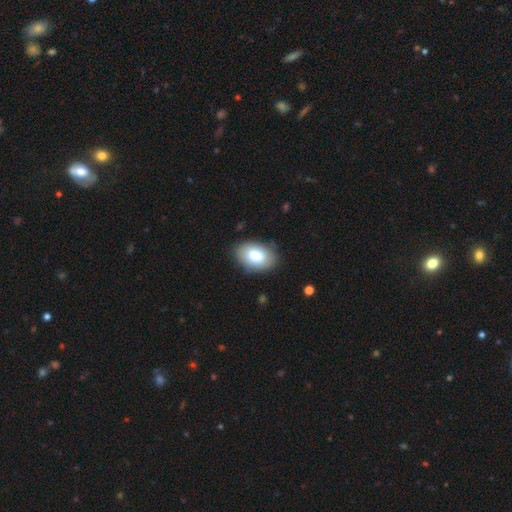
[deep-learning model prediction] Smooth or featured: smooth — 82% (featured or disk — 12%)
How rounded: in between — 91% (round — 8%)
Merging: none — 82% (minor disturbance — 13%)